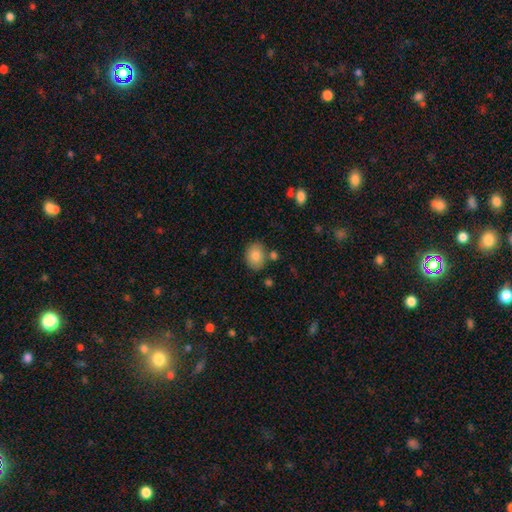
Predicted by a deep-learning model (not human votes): A smooth galaxy with no disk features (83%) that is in between round and cigar-shaped (62%).

Vote fractions:
- Smooth or featured? smooth: 83% / featured or disk: 9% / star or artifact: 8%
- How rounded? in between: 62% / round: 37% / cigar-shaped: 1%
- Merging? none: 75% / minor disturbance: 13% / merger: 8% / major disturbance: 3%